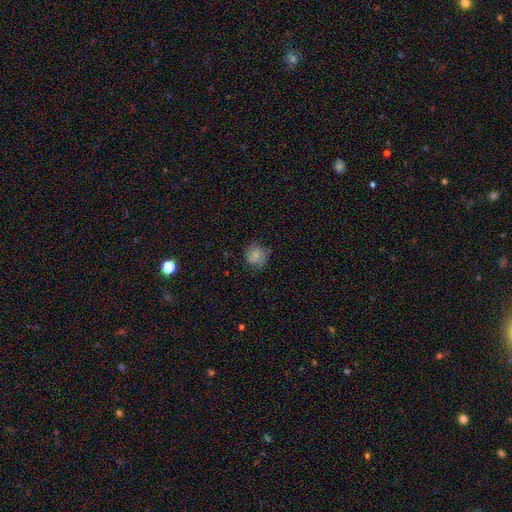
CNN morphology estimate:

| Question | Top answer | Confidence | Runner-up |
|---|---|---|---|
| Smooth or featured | smooth | 79% | featured or disk (12%) |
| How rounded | round | 86% | in between (13%) |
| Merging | none | 73% | minor disturbance (21%) |